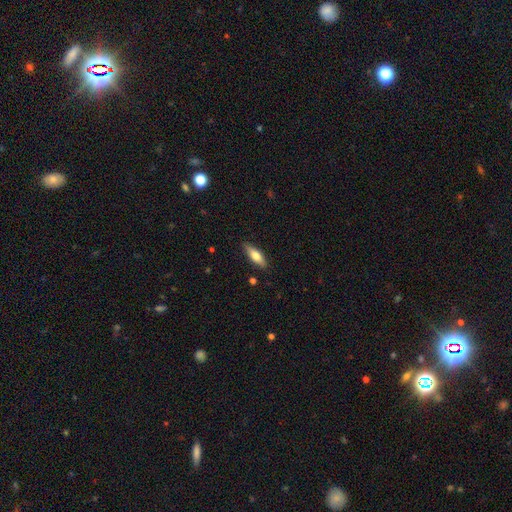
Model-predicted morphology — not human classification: smooth 66%, featured or disk 28%, star or artifact 6%. Down the decision tree: how rounded — in between (53%); merging — none (87%).